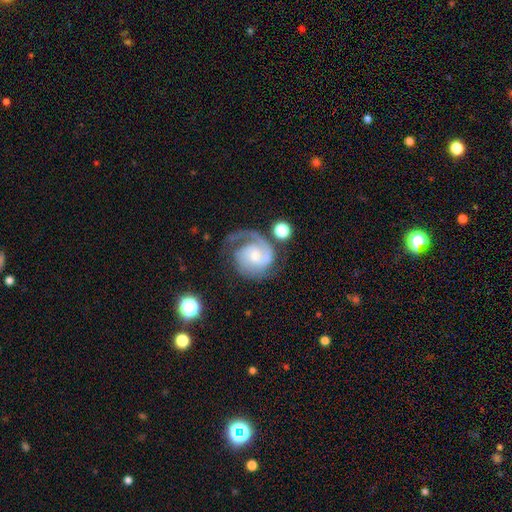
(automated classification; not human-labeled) Q: Smooth or featured?
A: featured or disk (83%); runner-up: smooth (12%)
Q: Edge-on disk?
A: no (98%); runner-up: yes (2%)
Q: Bar?
A: no (64%); runner-up: weak (31%)
Q: Spiral arms?
A: yes (96%); runner-up: no (4%)
Q: Spiral winding?
A: tight (48%); runner-up: medium (37%)
Q: Spiral arm count?
A: 1 (52%); runner-up: 2 (32%)
Q: Bulge size?
A: moderate (48%); runner-up: small (44%)
Q: Merging?
A: none (51%); runner-up: major disturbance (25%)